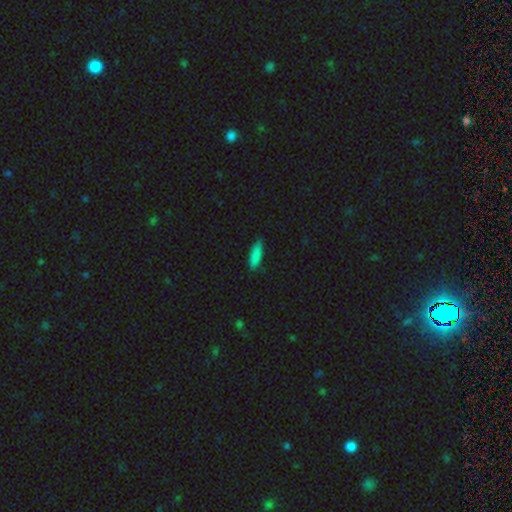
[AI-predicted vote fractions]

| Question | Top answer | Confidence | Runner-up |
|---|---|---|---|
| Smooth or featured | smooth | 86% | star or artifact (8%) |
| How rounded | cigar-shaped | 50% | in between (48%) |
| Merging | none | 83% | minor disturbance (14%) |